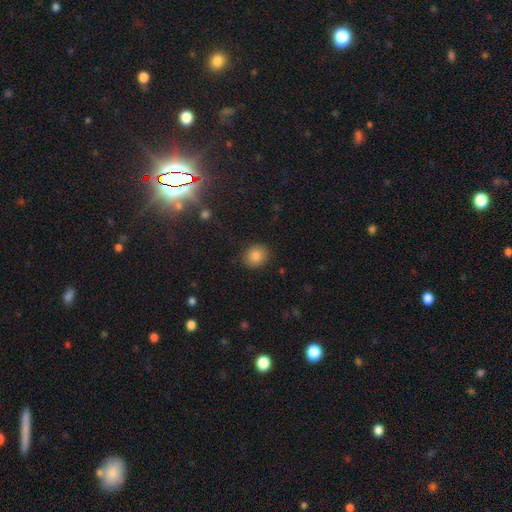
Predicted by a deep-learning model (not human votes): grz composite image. It shows a smooth galaxy with no disk features (84%) that is round (70%). Merging: none (88%).